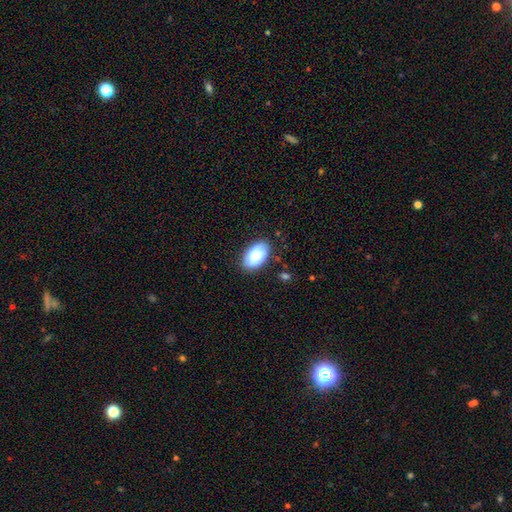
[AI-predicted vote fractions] smooth_or_featured: smooth (p=0.78) [alt: featured or disk p=0.15]
how_rounded: in between (p=0.94) [alt: round p=0.05]
merging: none (p=0.80) [alt: minor disturbance p=0.15]